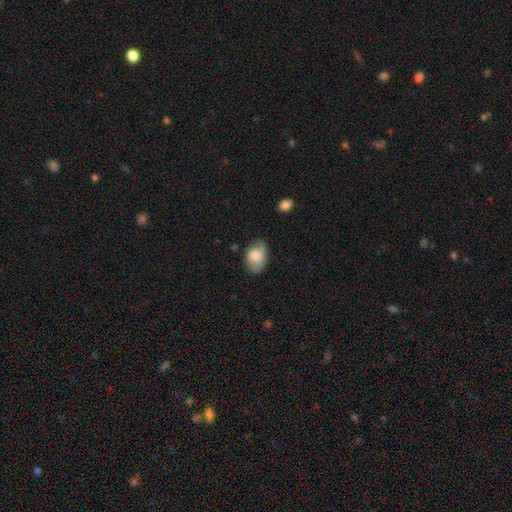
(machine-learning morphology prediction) A smooth galaxy with no disk features (63%) that is in between round and cigar-shaped (84%). Merging: none (59%).